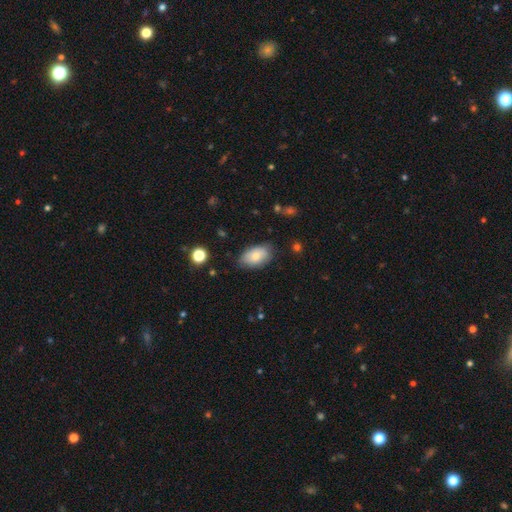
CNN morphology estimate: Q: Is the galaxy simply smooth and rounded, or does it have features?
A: smooth — 75%.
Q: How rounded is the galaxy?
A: in between — 92%.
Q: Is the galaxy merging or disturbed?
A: none — 75%.